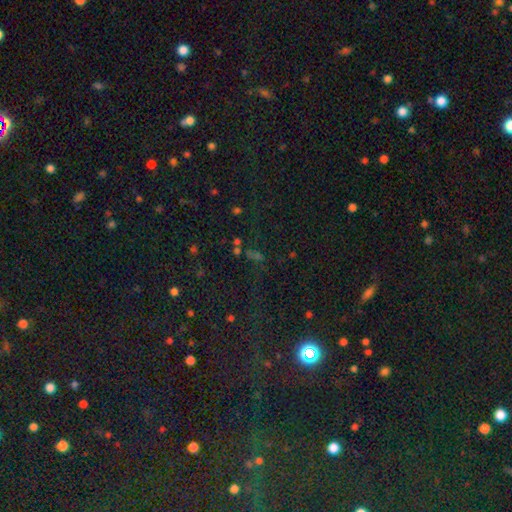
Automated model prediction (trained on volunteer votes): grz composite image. It shows a star or artifact, not a galaxy (64%).